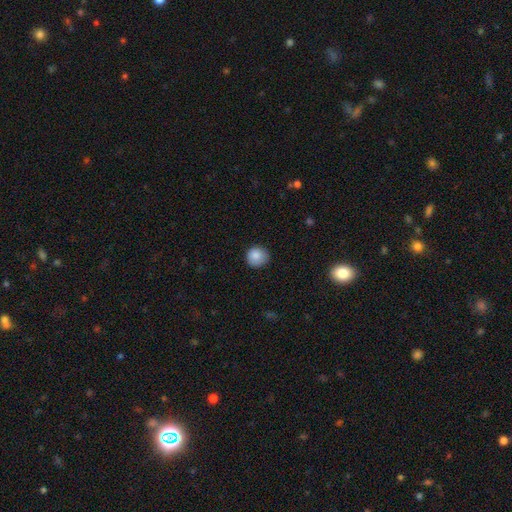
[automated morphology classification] Smooth or featured? Predicted: smooth (p=0.86). How rounded? Predicted: round (p=0.90). Merging? Predicted: none (p=0.80).